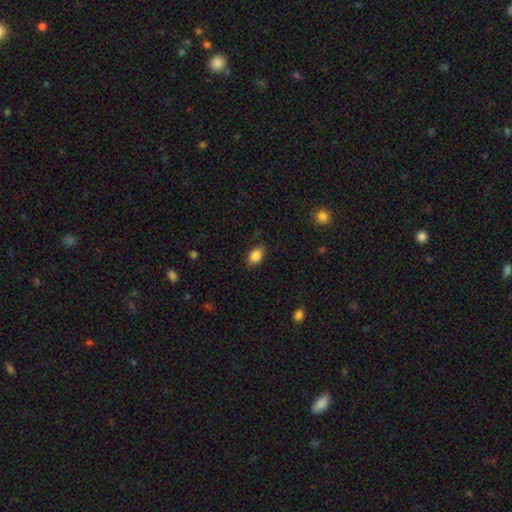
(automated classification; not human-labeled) Smooth or featured: smooth — 85% (star or artifact — 9%)
How rounded: in between — 83% (round — 15%)
Merging: none — 81% (minor disturbance — 14%)